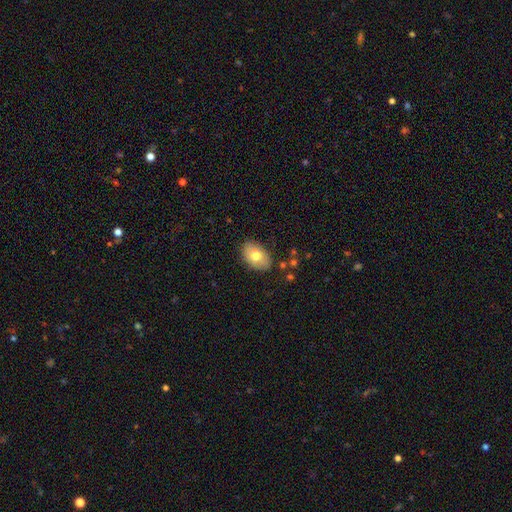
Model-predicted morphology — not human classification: smooth 73%, featured or disk 20%, star or artifact 7%. Down the decision tree: how rounded — in between (87%); merging — none (82%).